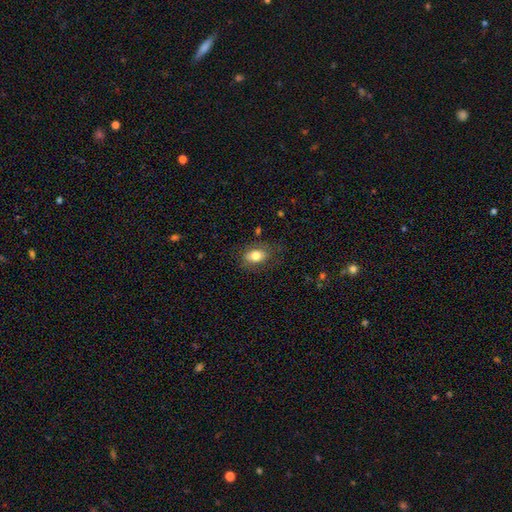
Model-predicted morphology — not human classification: type=smooth (76%); roundness=in between (82%); merging=none (74%).